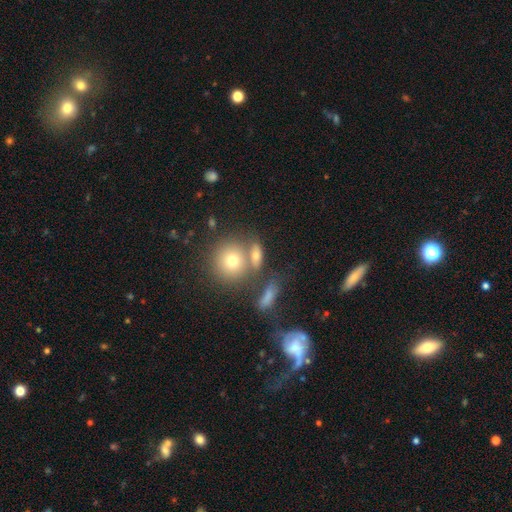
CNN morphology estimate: This appears to be a smooth galaxy with no disk features (71%) that is round (46%). Merging: none (55%).